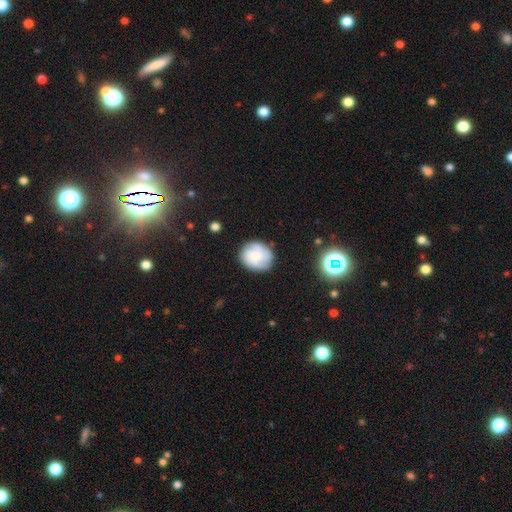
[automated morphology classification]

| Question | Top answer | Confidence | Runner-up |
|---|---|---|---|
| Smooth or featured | smooth | 47% | featured or disk (44%) |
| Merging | none | 79% | minor disturbance (15%) |